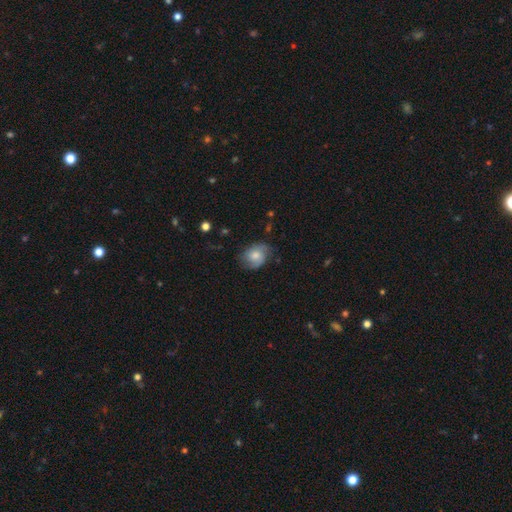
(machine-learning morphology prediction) Smooth or featured: smooth — 55% (featured or disk — 37%)
How rounded: in between — 51% (round — 48%)
Merging: none — 66% (minor disturbance — 25%)